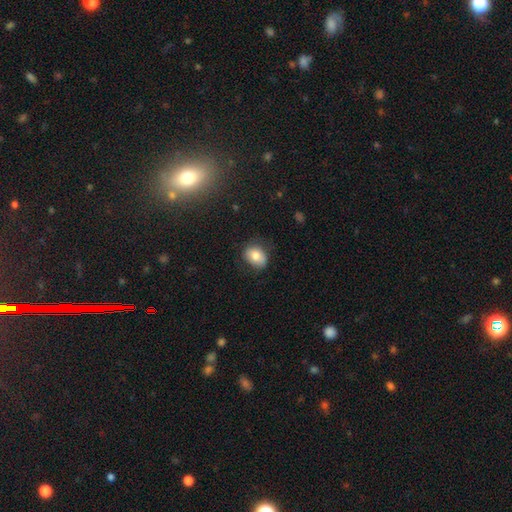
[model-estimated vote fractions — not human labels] Smooth or featured? Predicted: smooth (p=0.79). How rounded? Predicted: in between (p=0.65). Merging? Predicted: none (p=0.73).